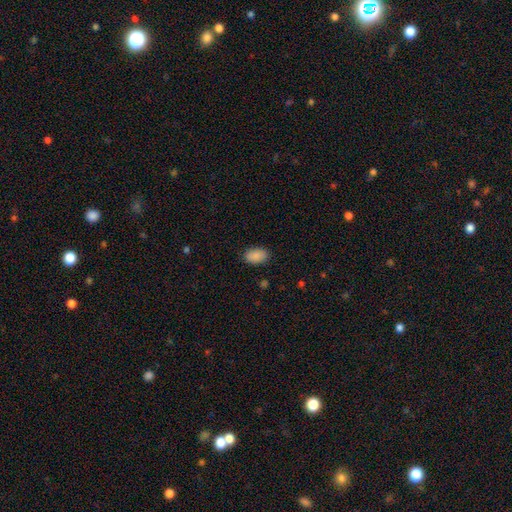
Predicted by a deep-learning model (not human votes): smooth 90%, star or artifact 7%, featured or disk 3%. Down the decision tree: how rounded — in between (91%); merging — none (87%).